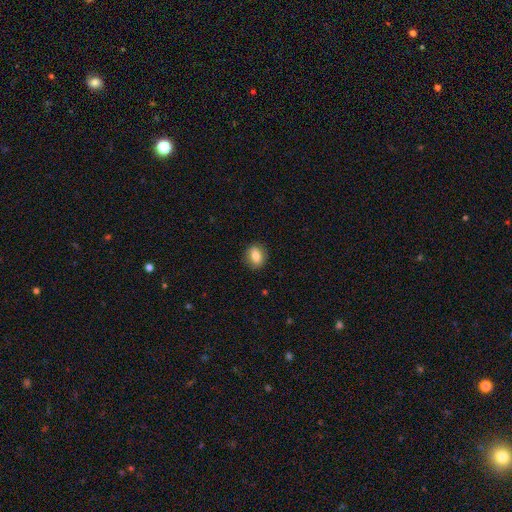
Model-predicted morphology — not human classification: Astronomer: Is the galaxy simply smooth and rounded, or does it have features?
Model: smooth — 78%.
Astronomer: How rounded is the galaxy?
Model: in between — 58% (runner-up: round, 40%).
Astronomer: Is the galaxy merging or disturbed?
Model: none — 86%.